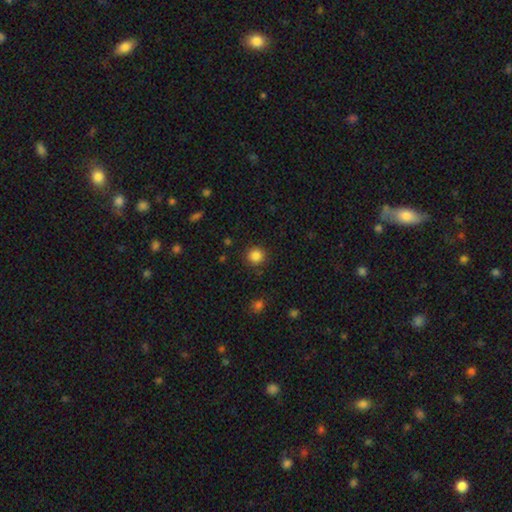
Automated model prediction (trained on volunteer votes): Smooth or featured?
  - smooth: 85% *
  - star or artifact: 11%
  - featured or disk: 4%
How rounded?
  - round: 94% *
  - in between: 5%
  - cigar-shaped: 1%
Merging?
  - none: 90% *
  - minor disturbance: 6%
  - major disturbance: 2%
  - merger: 2%